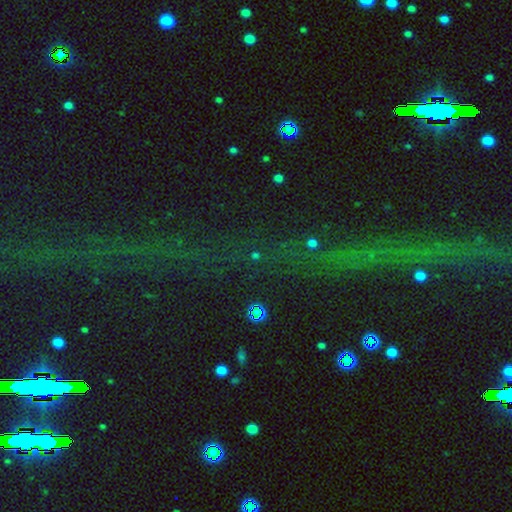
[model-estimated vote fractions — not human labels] Smooth or featured: star or artifact — 69% (smooth — 19%)